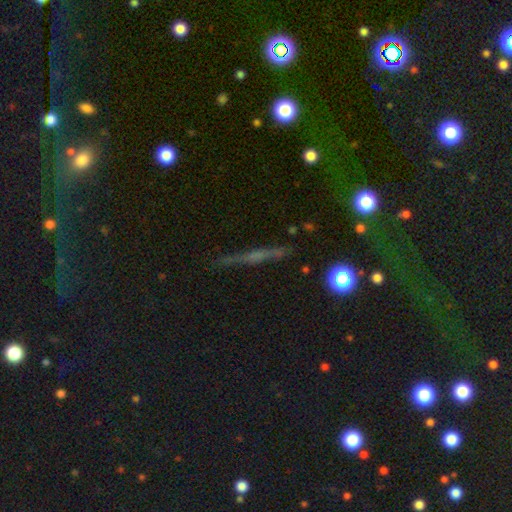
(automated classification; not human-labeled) The model was most divided on "edge-on bulge": none: 52%, rounded: 35%, boxy: 14%. More confident: edge-on disk — yes (94%); merging — none (86%); smooth or featured — featured or disk (58%).